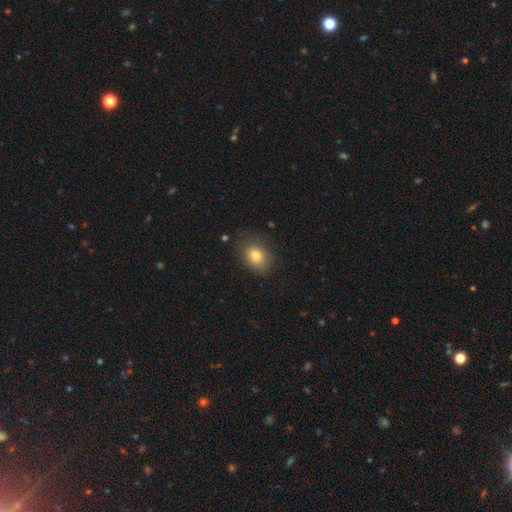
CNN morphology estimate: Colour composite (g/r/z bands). It shows a smooth galaxy with no disk features (79%) that is in between round and cigar-shaped (66%). Merging: none (78%).